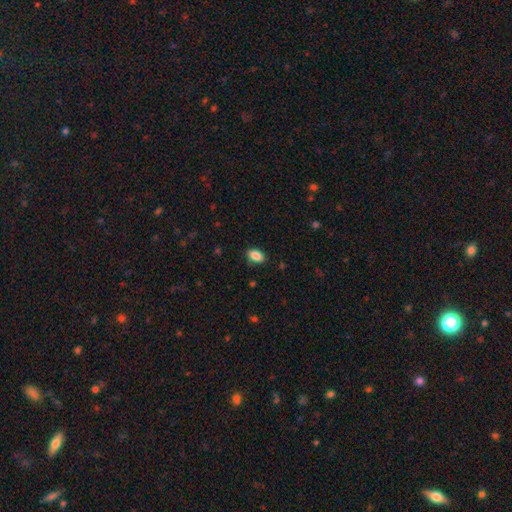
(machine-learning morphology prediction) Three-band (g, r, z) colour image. It shows a smooth galaxy with no disk features (88%) that is in between round and cigar-shaped (88%). Merging: none (85%).